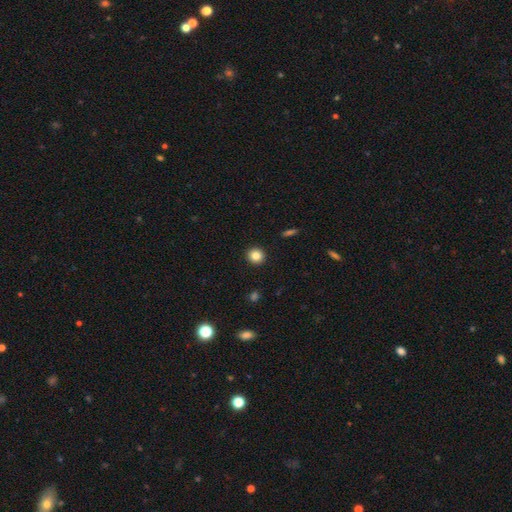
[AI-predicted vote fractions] This is clearly a smooth galaxy (84%). How rounded: clearly round (92%). Merging: clearly none (93%).